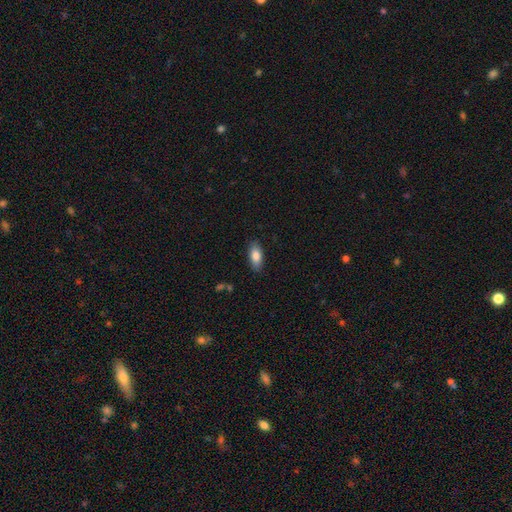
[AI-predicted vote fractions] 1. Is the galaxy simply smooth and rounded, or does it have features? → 83% smooth, 10% featured or disk, 7% star or artifact.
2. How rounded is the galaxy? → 86% in between, 11% cigar-shaped, 3% round.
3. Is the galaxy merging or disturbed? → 86% none, 11% minor disturbance, 2% major disturbance, 1% merger.